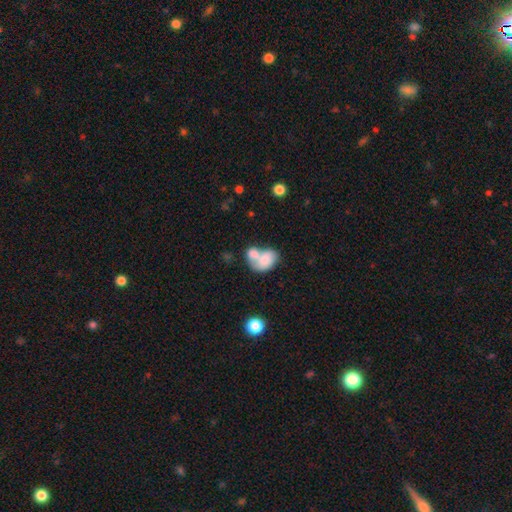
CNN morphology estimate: Overall: smooth (69%). How rounded: in between (72%). Merging: merger (68%).